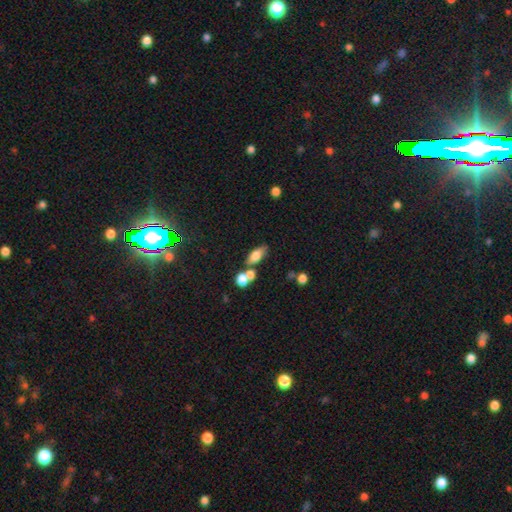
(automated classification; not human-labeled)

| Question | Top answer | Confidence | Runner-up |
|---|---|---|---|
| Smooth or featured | smooth | 69% | featured or disk (21%) |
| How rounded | in between | 74% | cigar-shaped (19%) |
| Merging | none | 55% | merger (26%) |